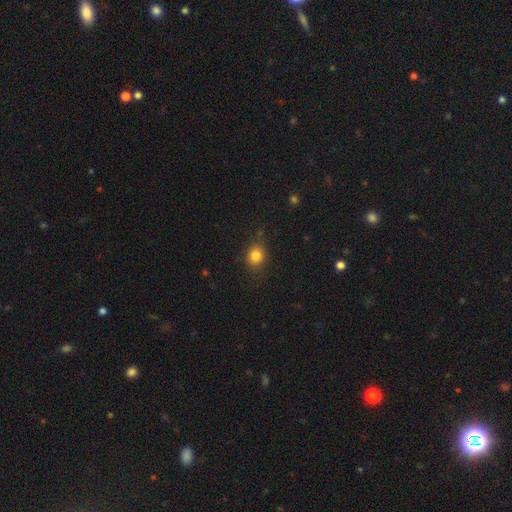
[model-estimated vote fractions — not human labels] Smooth or featured: smooth — 82% (star or artifact — 11%)
How rounded: round — 59% (in between — 39%)
Merging: none — 82% (minor disturbance — 13%)